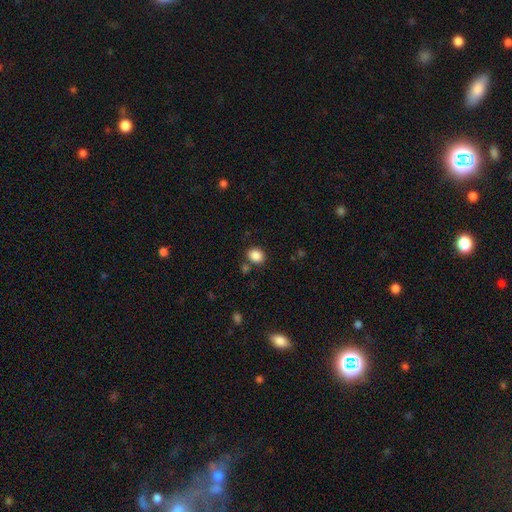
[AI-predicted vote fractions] This appears to be a smooth galaxy with no disk features (87%) that is in between round and cigar-shaped (50%, tied with round). Merging: none (78%).